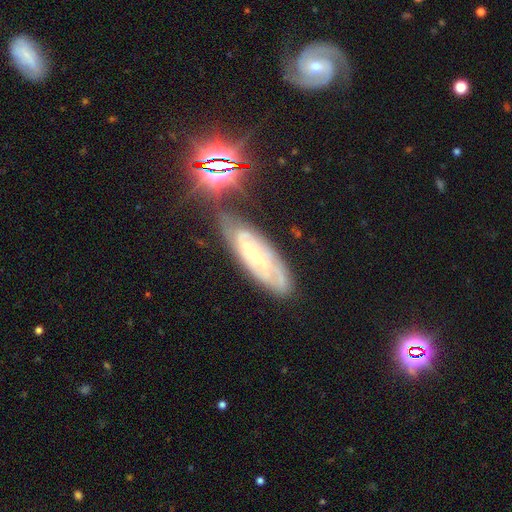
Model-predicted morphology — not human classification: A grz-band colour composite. It shows a featured or disk galaxy (74%) with no bar (56%), tight (67%) spiral arms (90%) and a small central bulge (74%). Merging: none (69%).